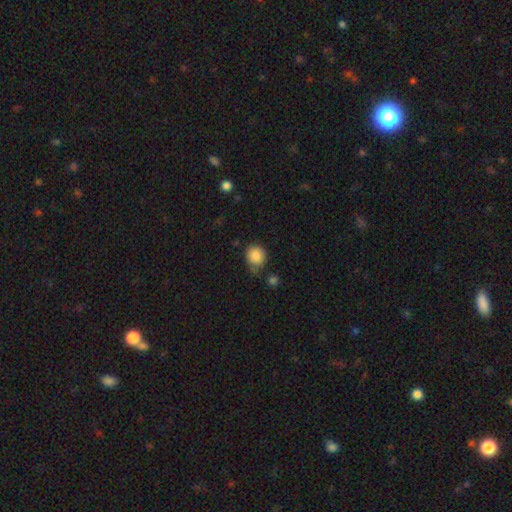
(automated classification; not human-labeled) Morphology: type=smooth (87%); roundness=round (83%); merging=none (67%).